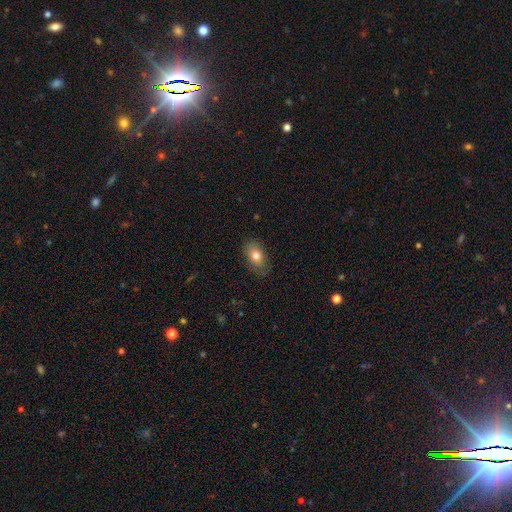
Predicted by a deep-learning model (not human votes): Smooth or featured? Predicted: smooth (p=0.76). How rounded? Predicted: in between (p=0.86). Merging? Predicted: none (p=0.80).